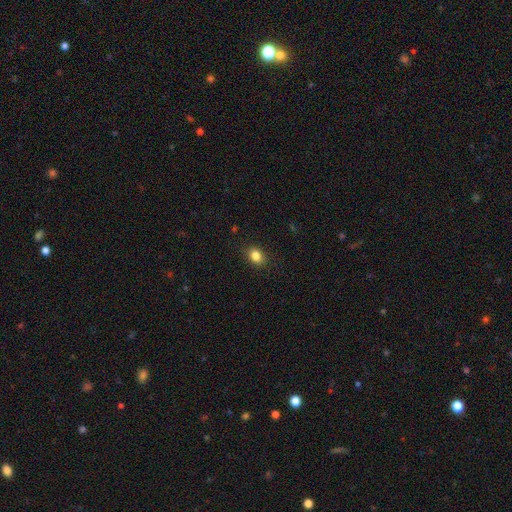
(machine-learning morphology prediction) Q: Smooth or featured?
A: smooth (84%); runner-up: star or artifact (10%)
Q: How rounded?
A: in between (62%); runner-up: round (36%)
Q: Merging?
A: none (87%); runner-up: minor disturbance (9%)